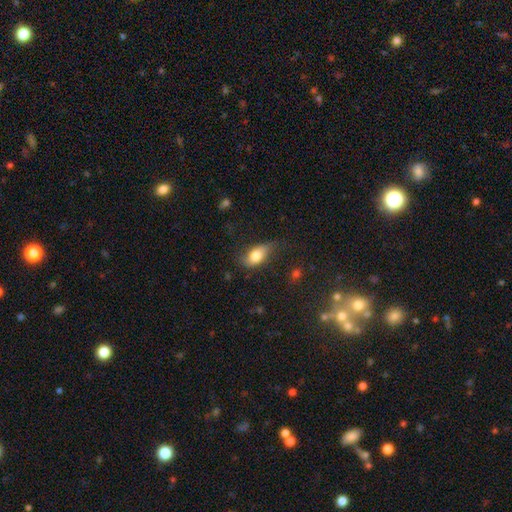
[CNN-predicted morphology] Overall: smooth (76%). How rounded: in between (86%). Merging: none (53%; minor disturbance 33%).